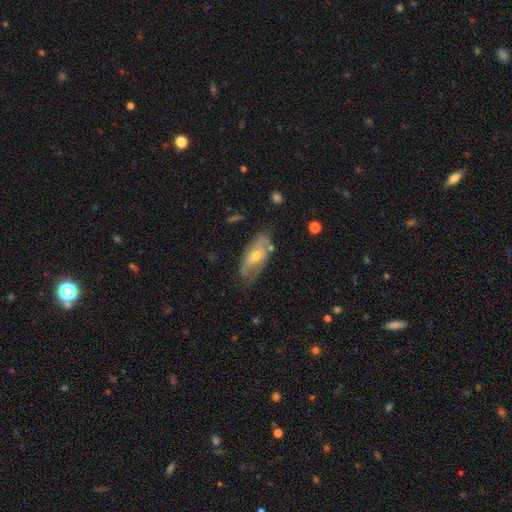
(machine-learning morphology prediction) Overall: featured or disk (63%; smooth 30%). Edge-on disk: no (84%). Bar: no (70%). Spiral arms: yes (62%; no 38%). Bulge size: moderate (62%; small 34%). Merging: none (62%; minor disturbance 26%).